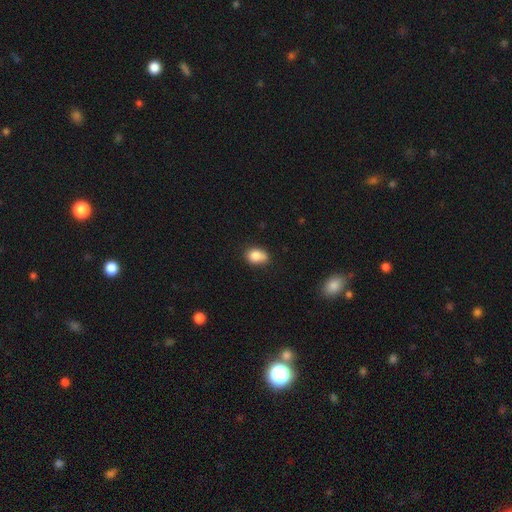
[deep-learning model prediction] The model was most divided on "merging": none: 59%, minor disturbance: 29%, major disturbance: 6%, merger: 5%. More confident: smooth or featured — smooth (83%); how rounded — in between (67%).